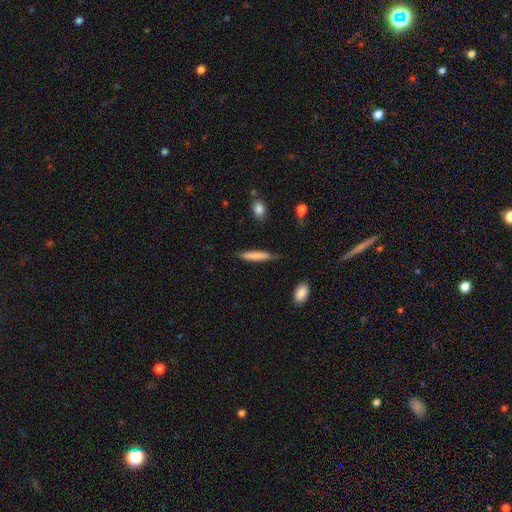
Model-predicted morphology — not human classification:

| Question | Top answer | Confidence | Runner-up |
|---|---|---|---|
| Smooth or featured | smooth | 77% | featured or disk (18%) |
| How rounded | cigar-shaped | 90% | in between (8%) |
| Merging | none | 76% | minor disturbance (18%) |